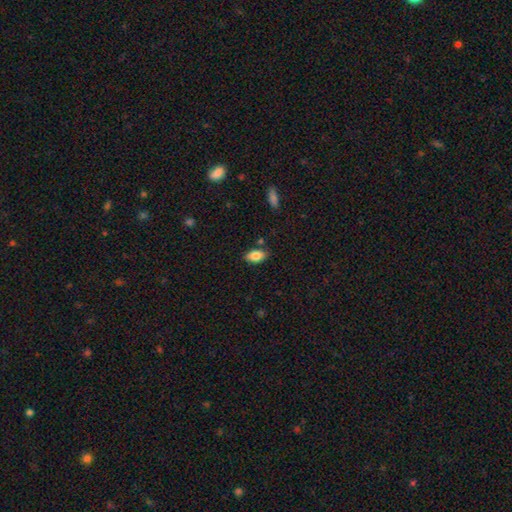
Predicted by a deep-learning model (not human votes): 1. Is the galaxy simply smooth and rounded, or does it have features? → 83% smooth, 9% featured or disk, 8% star or artifact.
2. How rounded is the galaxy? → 91% in between, 5% round, 4% cigar-shaped.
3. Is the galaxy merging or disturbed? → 83% none, 12% minor disturbance, 3% merger, 2% major disturbance.